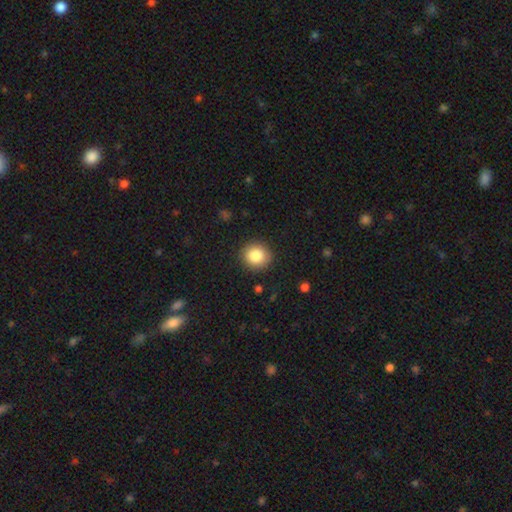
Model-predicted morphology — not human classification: Smooth or featured?
  - smooth: 85% *
  - star or artifact: 9%
  - featured or disk: 6%
How rounded?
  - round: 89% *
  - in between: 10%
  - cigar-shaped: 1%
Merging?
  - none: 90% *
  - minor disturbance: 7%
  - major disturbance: 2%
  - merger: 1%